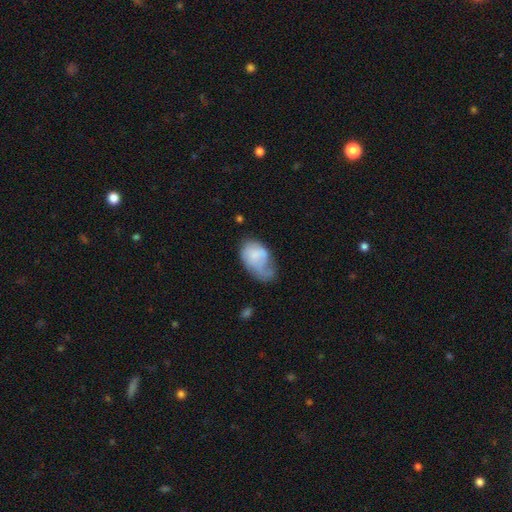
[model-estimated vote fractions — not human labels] Smooth or featured: smooth — 62% (featured or disk — 31%)
How rounded: in between — 87% (round — 12%)
Merging: major disturbance — 38% (minor disturbance — 34%)